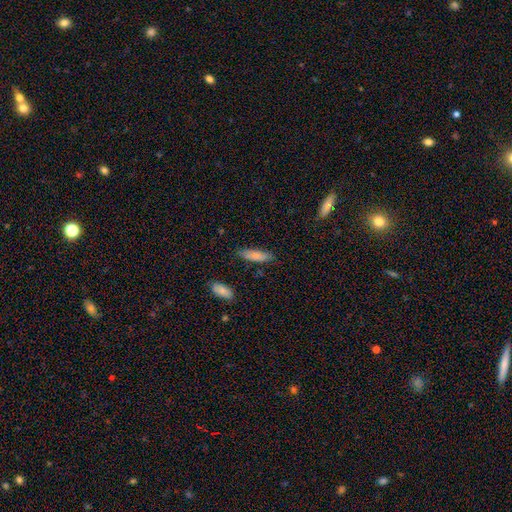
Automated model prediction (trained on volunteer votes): Smooth or featured? smooth (80%)
How rounded? in between (50%)
Merging? none (79%)